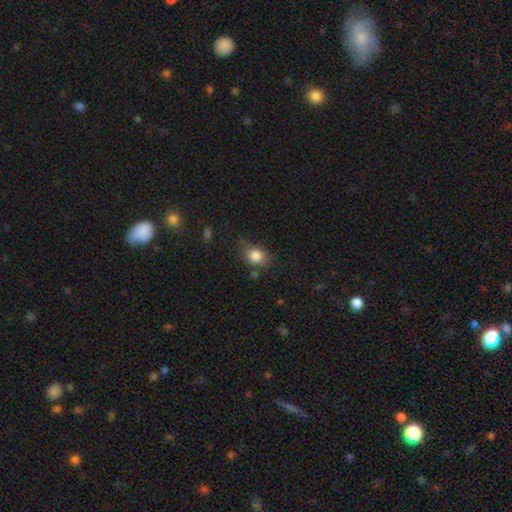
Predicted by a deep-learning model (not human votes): Q: Smooth or featured?
A: smooth (83%); runner-up: star or artifact (10%)
Q: How rounded?
A: round (53%); runner-up: in between (45%)
Q: Merging?
A: none (62%); runner-up: minor disturbance (26%)